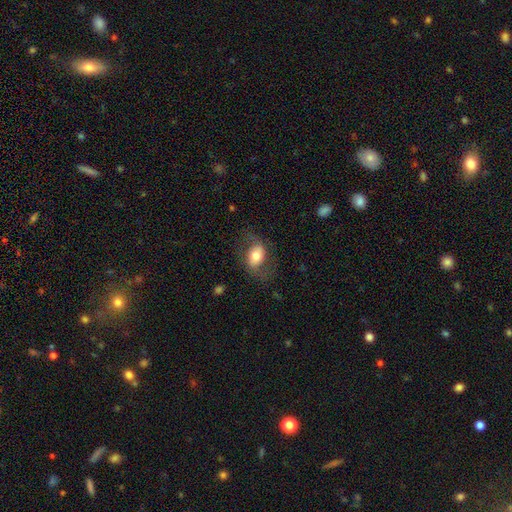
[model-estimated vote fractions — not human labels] smooth-or-featured: smooth: 59% | featured or disk: 34% | star or artifact: 7%
  how-rounded: in between: 82% | round: 16% | cigar-shaped: 2%
  merging: none: 64% | minor disturbance: 20% | major disturbance: 15% | merger: 1%